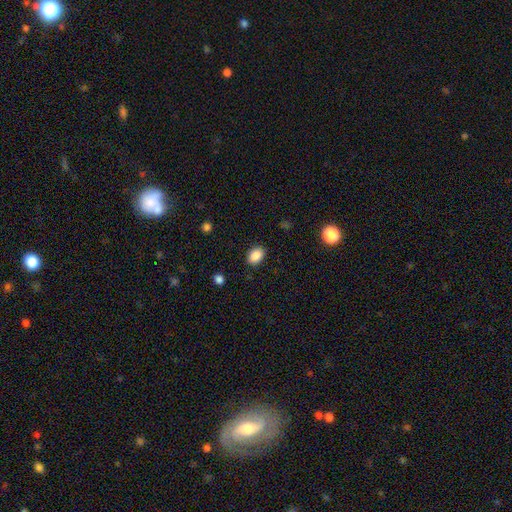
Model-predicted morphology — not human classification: smooth 88%, star or artifact 9%, featured or disk 4%. Down the decision tree: how rounded — in between (79%); merging — none (87%).